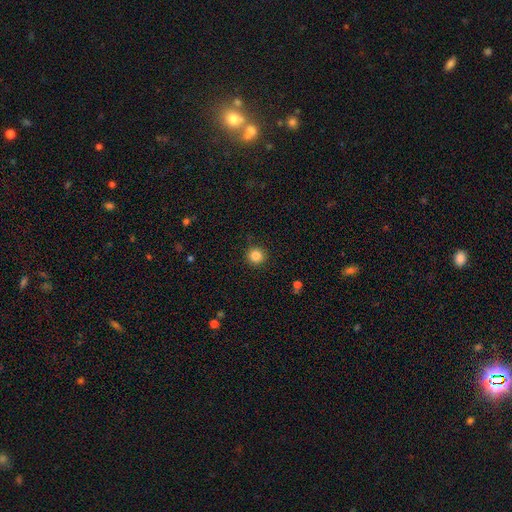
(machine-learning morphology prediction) Overall: smooth (85%). How rounded: round (95%). Merging: none (91%).